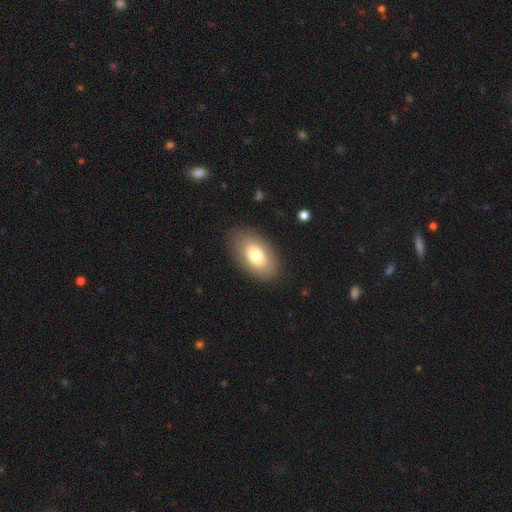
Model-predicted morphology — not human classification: This is likely a smooth galaxy (71%). How rounded: clearly in between (91%). Merging: clearly none (85%).